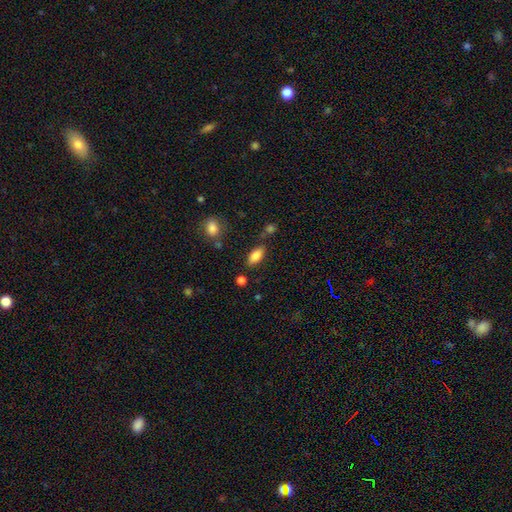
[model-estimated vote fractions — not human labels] Smooth or featured: smooth — 84% (star or artifact — 8%)
How rounded: in between — 89% (cigar-shaped — 8%)
Merging: none — 75% (minor disturbance — 14%)